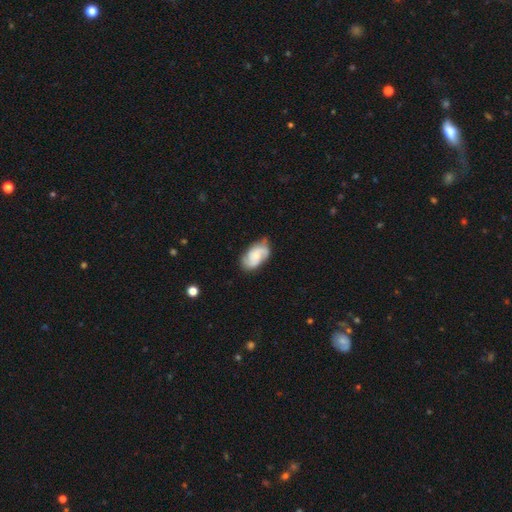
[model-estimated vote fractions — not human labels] A featured or disk galaxy (65%) with no bar (63%), 2 (56%) medium (46%) spiral arms (93%) and a small central bulge (54%).

Vote fractions:
- Smooth or featured? featured or disk: 65% / smooth: 29% / star or artifact: 6%
- Edge-on disk? no: 97% / yes: 3%
- Bar? no: 63% / weak: 31% / strong: 5%
- Spiral arms? yes: 93% / no: 7%
- Spiral winding? medium: 46% / tight: 33% / loose: 21%
- Spiral arm count? 2: 56% / 3: 22% / can't tell: 14% / 1: 3% / 4: 3% / more than 4: 2%
- Bulge size? small: 54% / moderate: 31% / none: 11% / large: 3% / dominant: 1%
- Merging? none: 69% / minor disturbance: 23% / major disturbance: 6% / merger: 2%